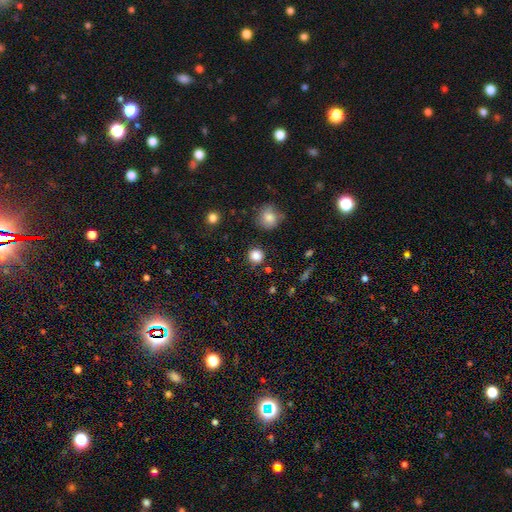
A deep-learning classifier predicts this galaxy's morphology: Smooth or featured: smooth — 84% (star or artifact — 12%)
How rounded: round — 93% (in between — 6%)
Merging: none — 88% (minor disturbance — 7%)